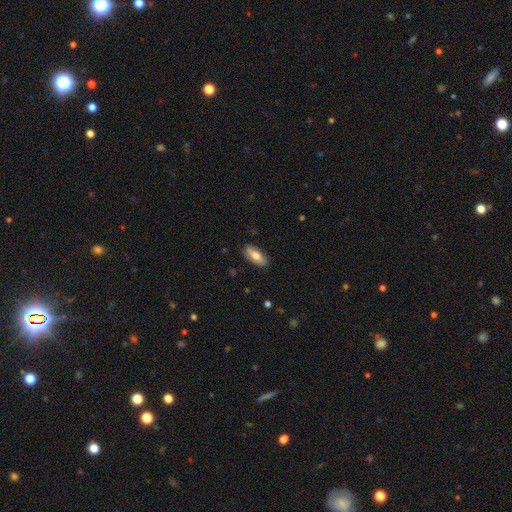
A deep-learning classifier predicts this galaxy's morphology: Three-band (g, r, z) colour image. It shows a smooth galaxy with no disk features (70%) that is in between round and cigar-shaped (80%). Merging: none (85%).